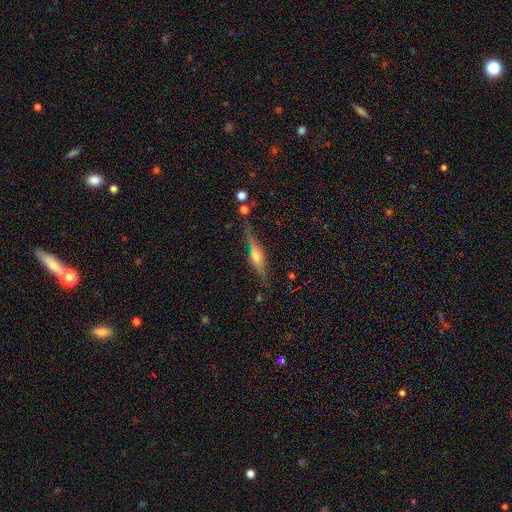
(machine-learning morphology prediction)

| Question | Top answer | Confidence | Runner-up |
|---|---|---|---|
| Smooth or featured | featured or disk | 76% | smooth (16%) |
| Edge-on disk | yes | 97% | no (3%) |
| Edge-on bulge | rounded | 84% | boxy (12%) |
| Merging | none | 82% | minor disturbance (12%) |